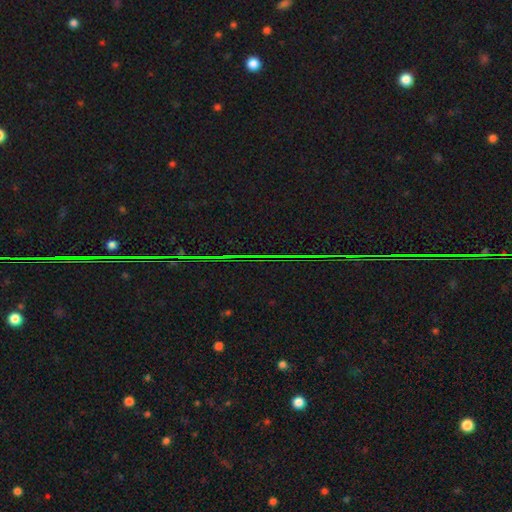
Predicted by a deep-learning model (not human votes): A star or artifact, not a galaxy (85%).

Vote fractions:
- Smooth or featured? star or artifact: 85% / smooth: 8% / featured or disk: 7%